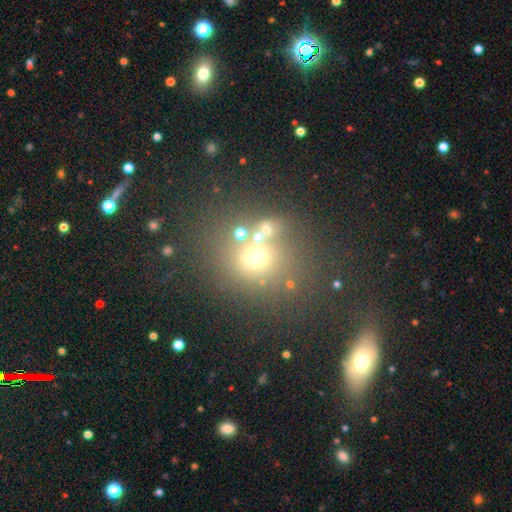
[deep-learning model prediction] smooth 58%, star or artifact 26%, featured or disk 16%. Down the decision tree: how rounded — round (68%); merging — none (62%).